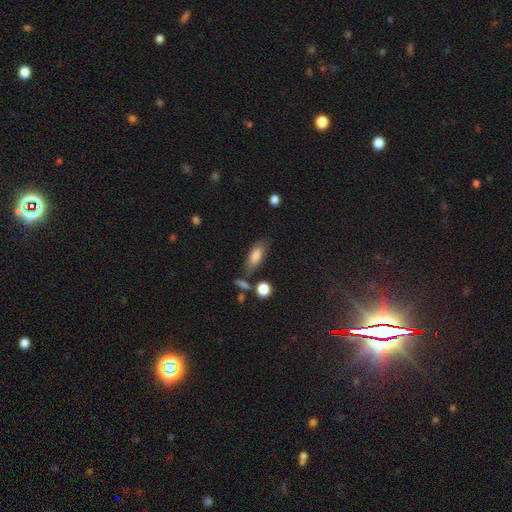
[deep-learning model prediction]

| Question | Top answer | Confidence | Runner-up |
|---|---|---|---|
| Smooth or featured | smooth | 77% | featured or disk (15%) |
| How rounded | in between | 74% | cigar-shaped (23%) |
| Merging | none | 72% | minor disturbance (17%) |